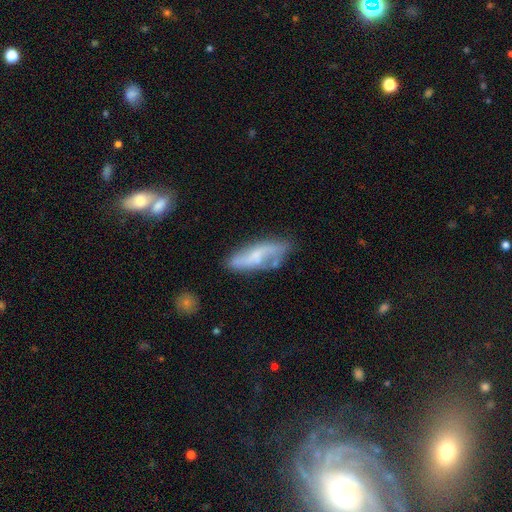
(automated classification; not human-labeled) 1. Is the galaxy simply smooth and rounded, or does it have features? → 59% featured or disk, 33% smooth, 8% star or artifact.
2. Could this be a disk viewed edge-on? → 82% no, 18% yes.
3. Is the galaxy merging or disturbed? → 63% none, 24% minor disturbance, 8% major disturbance, 5% merger.